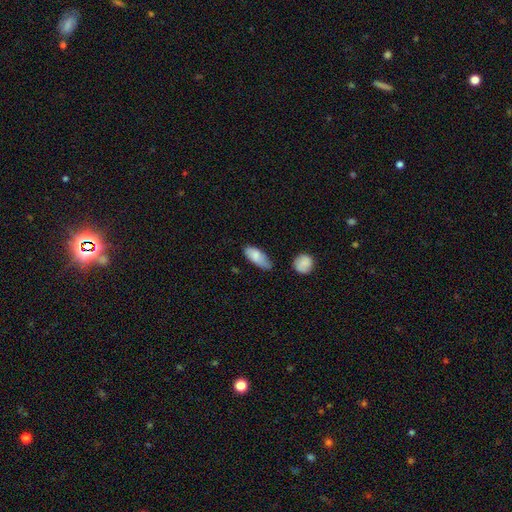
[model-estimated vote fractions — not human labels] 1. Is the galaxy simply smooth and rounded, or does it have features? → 82% smooth, 11% featured or disk, 7% star or artifact.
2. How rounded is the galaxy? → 82% in between, 16% cigar-shaped, 3% round.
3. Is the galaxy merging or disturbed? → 48% none, 39% minor disturbance, 9% major disturbance, 5% merger.